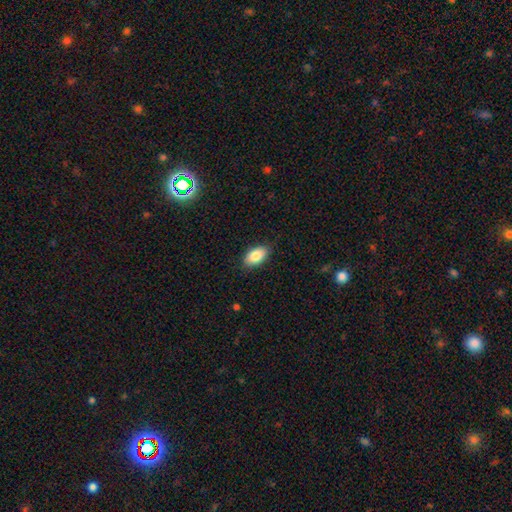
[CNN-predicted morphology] smooth 86%, featured or disk 7%, star or artifact 7%. Down the decision tree: how rounded — in between (93%); merging — none (86%).